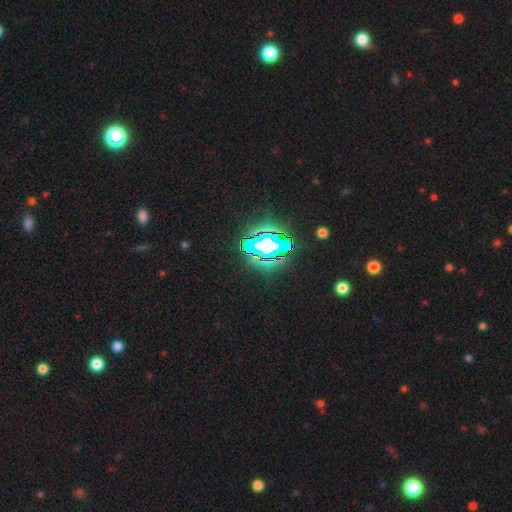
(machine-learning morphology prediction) A star or artifact, not a galaxy (68%).